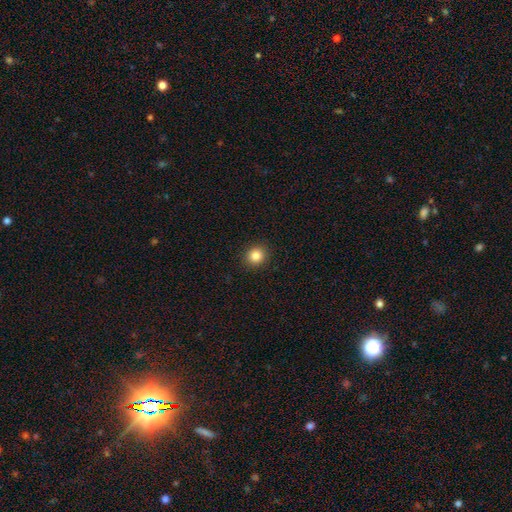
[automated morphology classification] Overall: smooth (84%). How rounded: round (86%). Merging: none (92%).